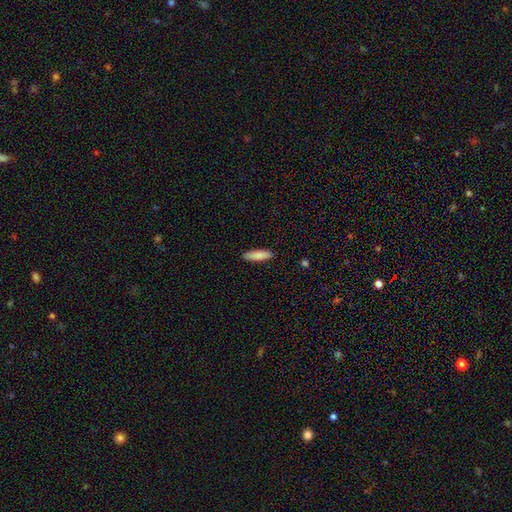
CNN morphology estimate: Overall: smooth (85%). How rounded: cigar-shaped (63%; in between 36%). Merging: none (89%).